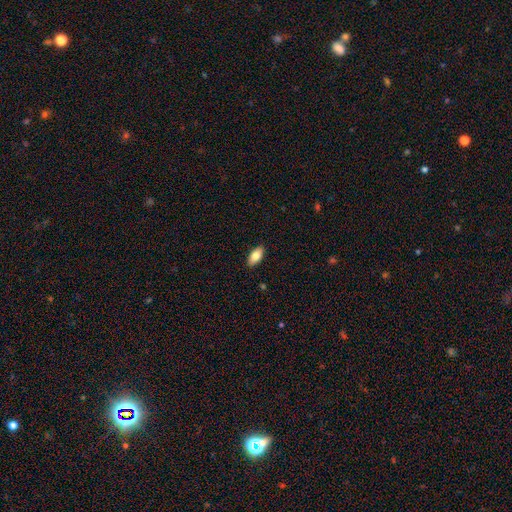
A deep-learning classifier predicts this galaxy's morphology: Q: Smooth or featured?
A: smooth (80%); runner-up: featured or disk (13%)
Q: How rounded?
A: in between (89%); runner-up: cigar-shaped (8%)
Q: Merging?
A: none (90%); runner-up: minor disturbance (8%)